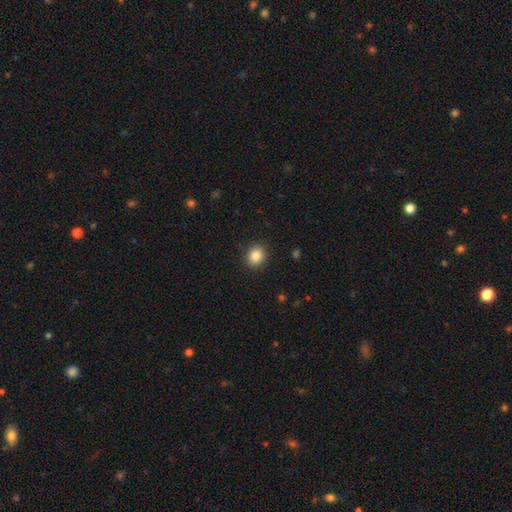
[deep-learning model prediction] Overall: smooth (85%). How rounded: round (77%). Merging: none (91%).